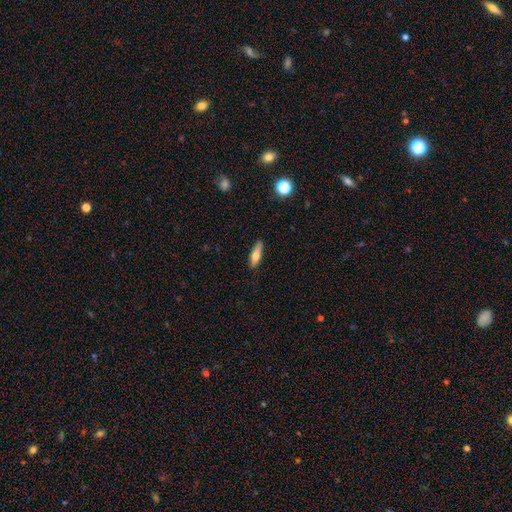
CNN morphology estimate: Smooth or featured: smooth — 61% (featured or disk — 33%)
How rounded: cigar-shaped — 63% (in between — 34%)
Merging: none — 85% (minor disturbance — 11%)